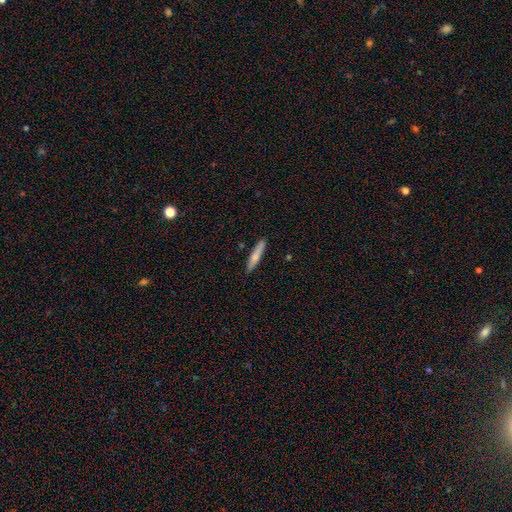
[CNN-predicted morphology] This appears to be a smooth galaxy with no disk features (69%) that is cigar-shaped (89%). Merging: none (88%).